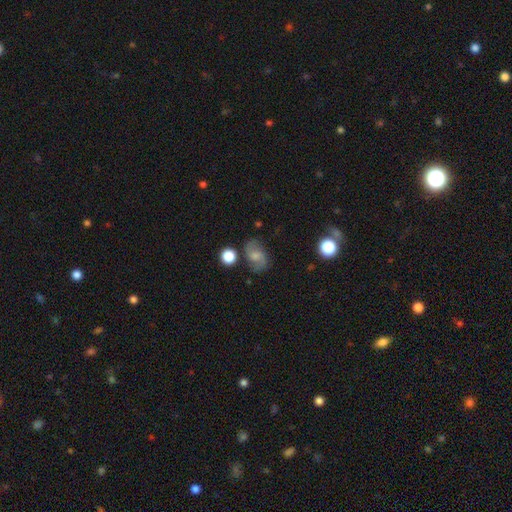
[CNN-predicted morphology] Q: Smooth or featured?
A: featured or disk (52%); runner-up: smooth (38%)
Q: Edge-on disk?
A: no (96%); runner-up: yes (4%)
Q: Merging?
A: none (71%); runner-up: minor disturbance (18%)